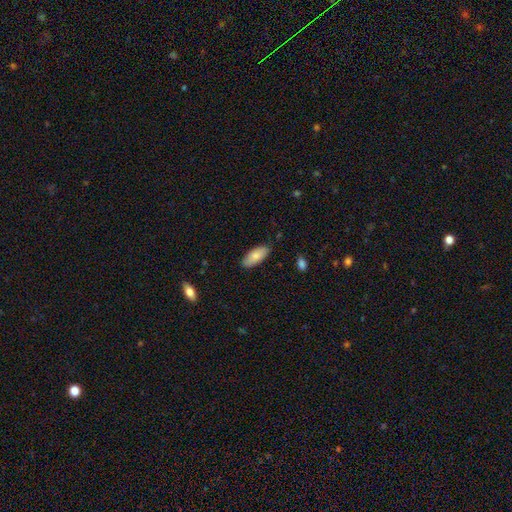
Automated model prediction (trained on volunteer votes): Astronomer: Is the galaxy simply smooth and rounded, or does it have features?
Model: smooth — 82%.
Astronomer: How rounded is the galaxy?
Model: in between — 85%.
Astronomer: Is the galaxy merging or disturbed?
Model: none — 84%.